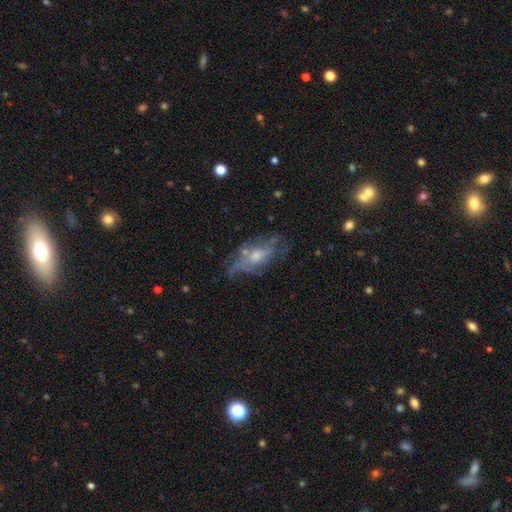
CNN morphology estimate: This is likely a featured or disk galaxy (63%). It is clearly not viewed edge-on (85%). Bar: likely no (76%). Spiral arm pattern: possibly yes (60%). Central bulge: possibly moderate (50%). Merging: possibly none (54%).